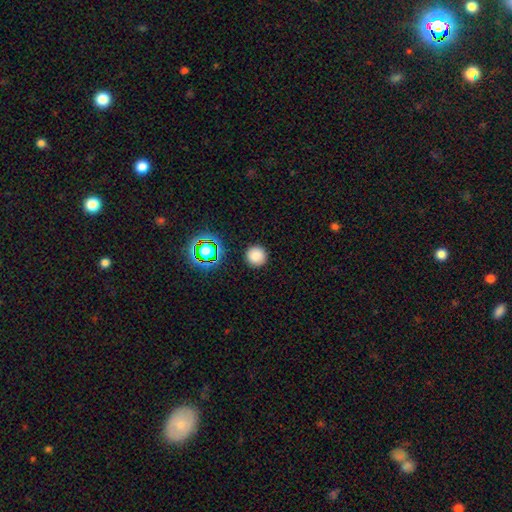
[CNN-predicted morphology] Smooth or featured? smooth (80%)
How rounded? round (96%)
Merging? none (91%)